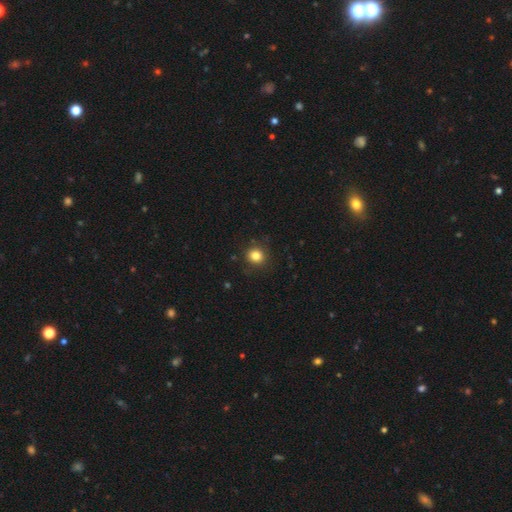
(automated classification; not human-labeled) smooth_or_featured: smooth (p=0.83) [alt: star or artifact p=0.12]
how_rounded: round (p=0.88) [alt: in between p=0.11]
merging: none (p=0.87) [alt: minor disturbance p=0.09]